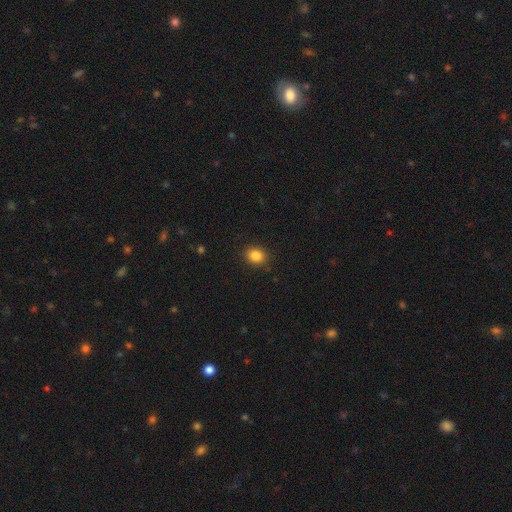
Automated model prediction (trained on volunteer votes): A smooth galaxy with no disk features (85%) that is round (63%).

Vote fractions:
- Smooth or featured? smooth: 85% / star or artifact: 10% / featured or disk: 4%
- How rounded? round: 63% / in between: 36% / cigar-shaped: 1%
- Merging? none: 89% / minor disturbance: 8% / major disturbance: 2% / merger: 1%